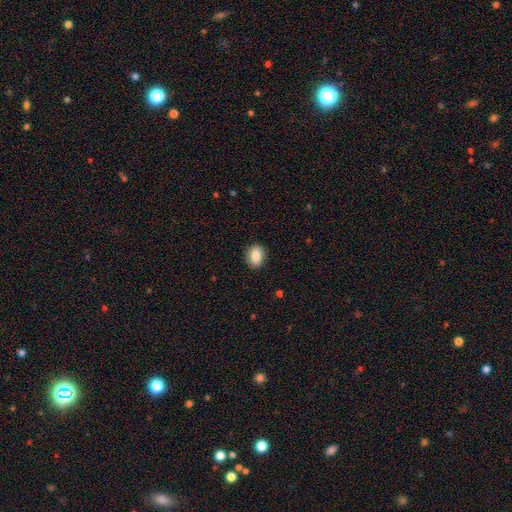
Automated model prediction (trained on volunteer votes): smooth 85%, star or artifact 8%, featured or disk 7%. Down the decision tree: how rounded — in between (70%); merging — none (88%).